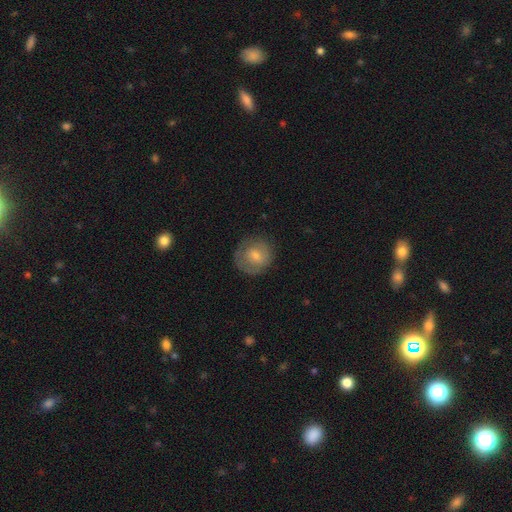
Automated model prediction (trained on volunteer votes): Q: Smooth or featured?
A: smooth (63%); runner-up: featured or disk (30%)
Q: How rounded?
A: round (86%); runner-up: in between (13%)
Q: Merging?
A: none (73%); runner-up: minor disturbance (17%)